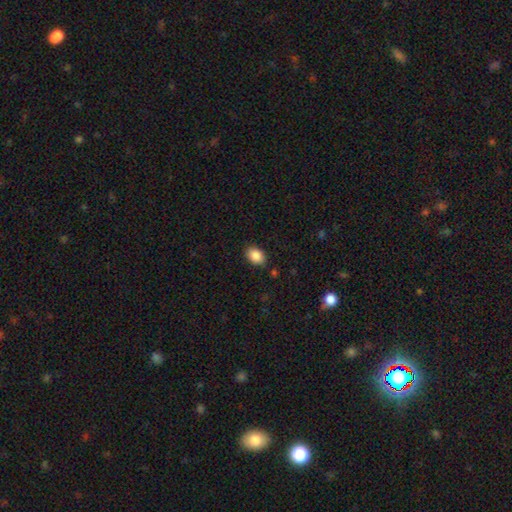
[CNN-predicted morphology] Smooth or featured: smooth — 88% (star or artifact — 8%)
How rounded: in between — 79% (round — 20%)
Merging: none — 86% (minor disturbance — 10%)